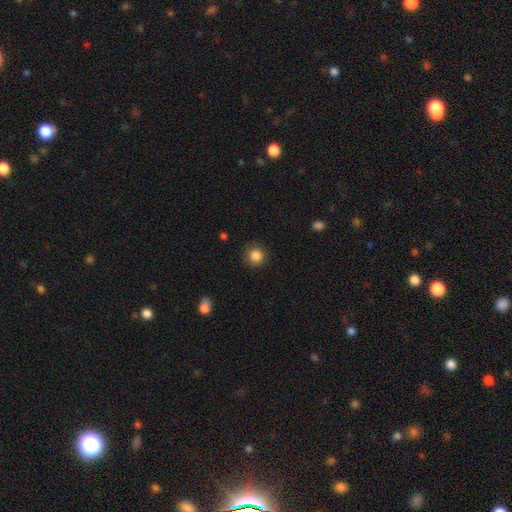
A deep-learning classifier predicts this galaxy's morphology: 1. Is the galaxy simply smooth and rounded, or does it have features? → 86% smooth, 10% star or artifact, 4% featured or disk.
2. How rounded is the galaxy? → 92% round, 7% in between, 1% cigar-shaped.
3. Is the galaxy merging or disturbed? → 85% none, 11% minor disturbance, 3% major disturbance, 1% merger.